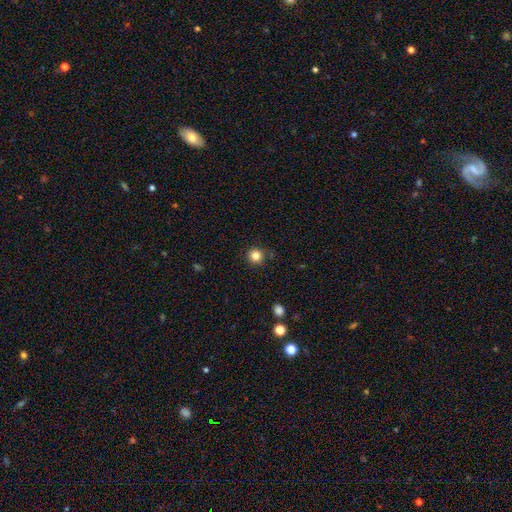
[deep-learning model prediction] A smooth galaxy with no disk features (83%) that is round (94%). Merging: none (88%).